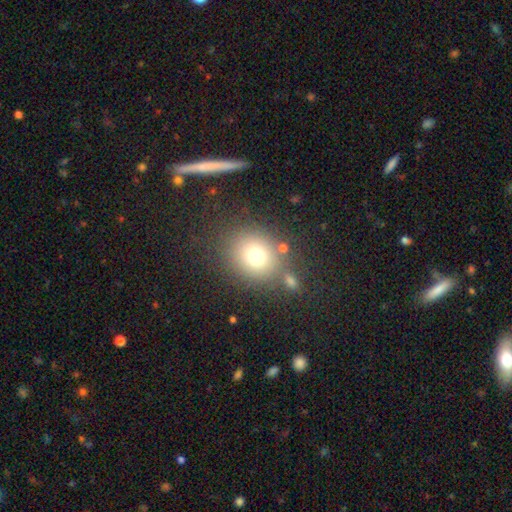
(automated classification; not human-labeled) Smooth or featured?
  - smooth: 74% *
  - star or artifact: 14%
  - featured or disk: 11%
How rounded?
  - round: 76% *
  - in between: 23%
  - cigar-shaped: 1%
Merging?
  - none: 76% *
  - minor disturbance: 11%
  - merger: 9%
  - major disturbance: 5%